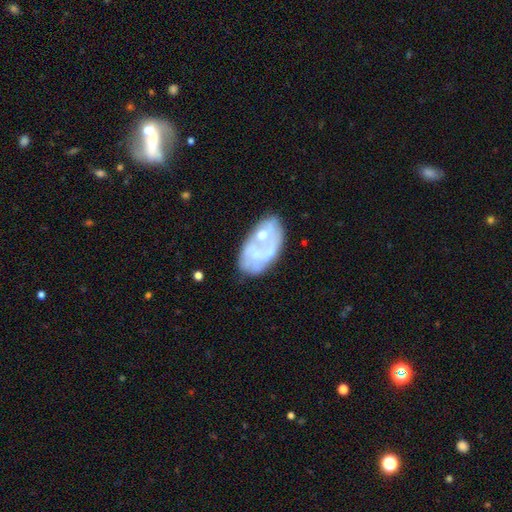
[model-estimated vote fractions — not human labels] Smooth or featured: featured or disk — 59% (smooth — 33%)
Edge-on disk: no — 96% (yes — 4%)
Bar: no — 84% (weak — 13%)
Spiral arms: no — 69% (yes — 31%)
Bulge size: moderate — 42% (small — 29%)
Merging: none — 40% (minor disturbance — 23%)